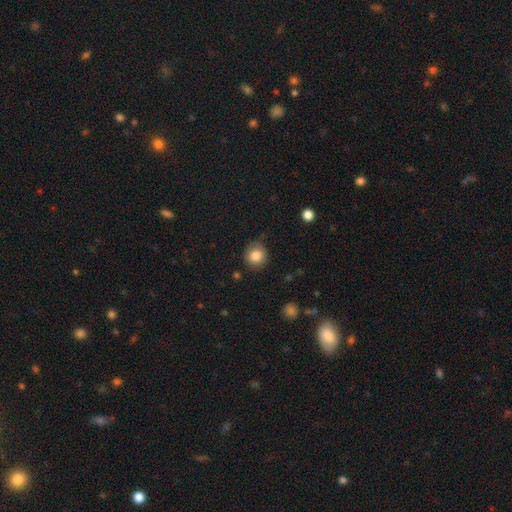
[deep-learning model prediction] Smooth or featured? smooth (83%)
How rounded? round (90%)
Merging? none (84%)